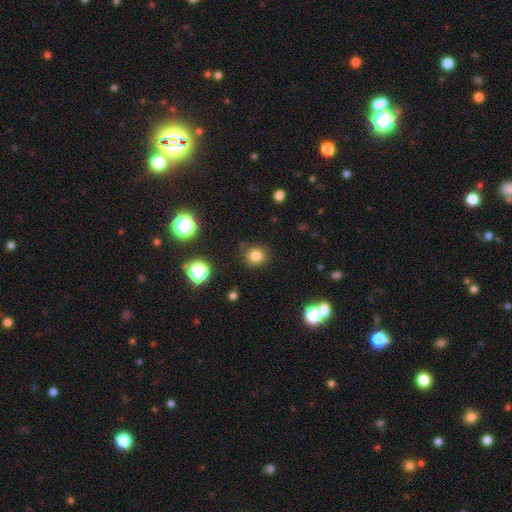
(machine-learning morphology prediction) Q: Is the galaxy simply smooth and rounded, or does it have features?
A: smooth — 81%.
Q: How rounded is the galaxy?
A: round — 90%.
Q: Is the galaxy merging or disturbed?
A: none — 86%.